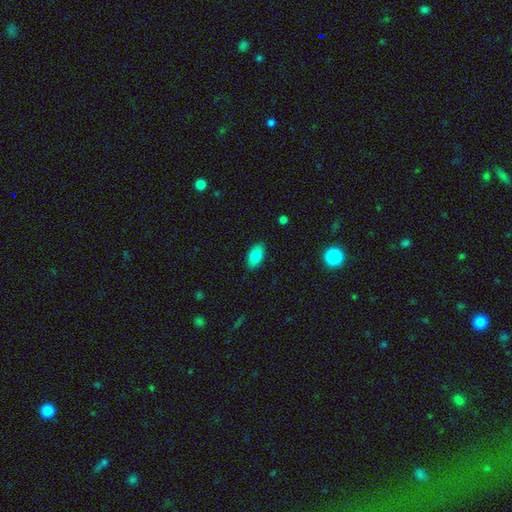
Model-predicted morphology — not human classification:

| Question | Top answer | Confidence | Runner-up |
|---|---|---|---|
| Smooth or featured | smooth | 82% | featured or disk (10%) |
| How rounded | in between | 92% | round (4%) |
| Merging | none | 87% | minor disturbance (10%) |